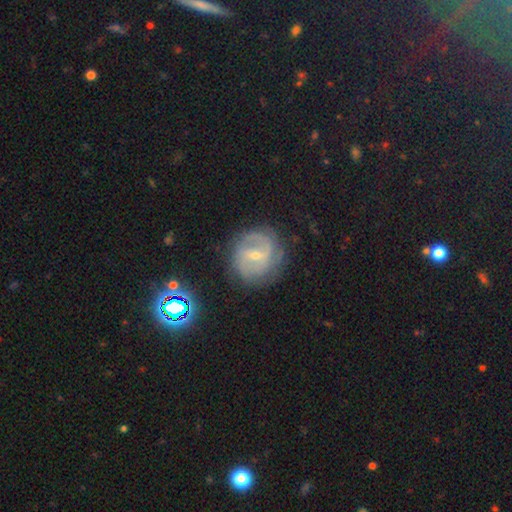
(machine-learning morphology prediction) The model was most divided on "spiral winding": medium: 44%, tight: 38%, loose: 18%. More confident: edge-on disk — no (97%); spiral arms — yes (90%); smooth or featured — featured or disk (79%); merging — none (74%); bulge size — small (68%); spiral arm count — 2 (56%); bar — weak (53%).